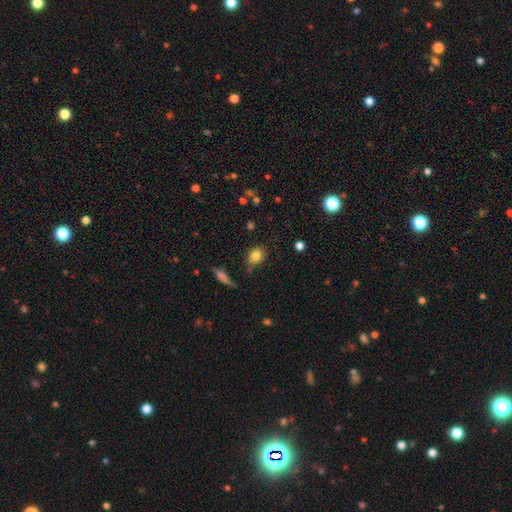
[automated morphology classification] A smooth galaxy with no disk features (82%) that is round (51%).

Vote fractions:
- Smooth or featured? smooth: 82% / star or artifact: 11% / featured or disk: 8%
- How rounded? round: 51% / in between: 46% / cigar-shaped: 2%
- Merging? none: 68% / minor disturbance: 21% / major disturbance: 6% / merger: 5%